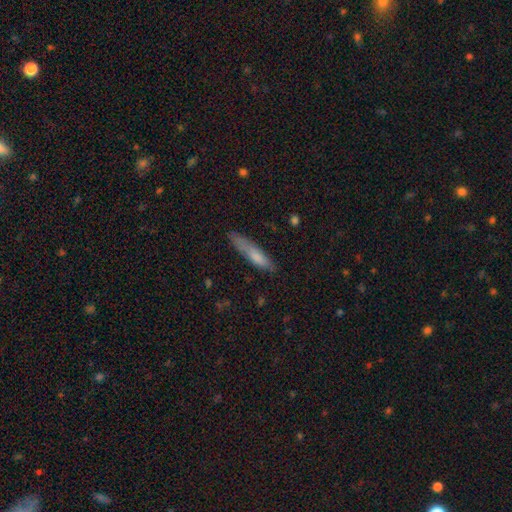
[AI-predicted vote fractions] This appears to be a smooth galaxy with no disk features (74%) that is cigar-shaped (83%). Merging: none (66%).